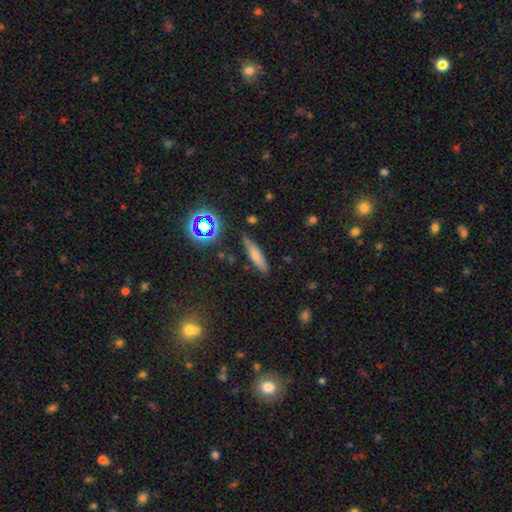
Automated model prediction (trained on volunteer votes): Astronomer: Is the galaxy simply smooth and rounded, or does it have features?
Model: smooth — 69%.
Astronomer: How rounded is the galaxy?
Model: cigar-shaped — 72%.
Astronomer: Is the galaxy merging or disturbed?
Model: none — 79%.